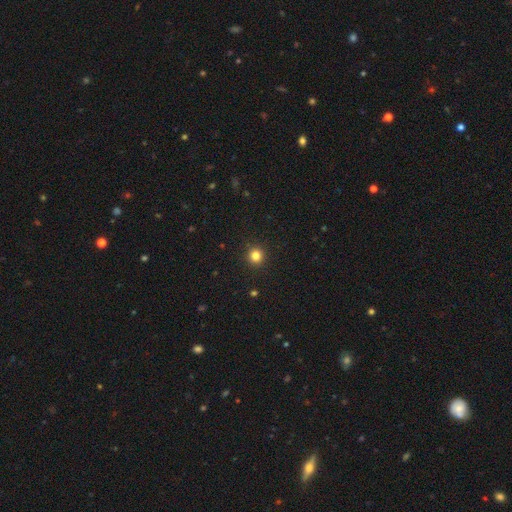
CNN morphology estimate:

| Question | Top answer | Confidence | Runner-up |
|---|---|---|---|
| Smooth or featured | smooth | 82% | star or artifact (13%) |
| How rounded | round | 94% | in between (5%) |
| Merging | none | 93% | minor disturbance (5%) |